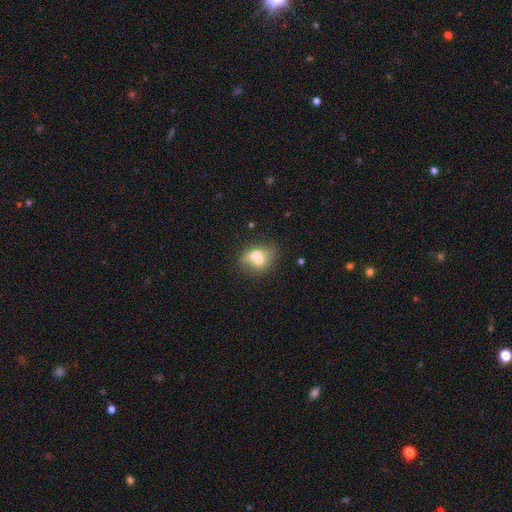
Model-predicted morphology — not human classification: Smooth or featured: smooth — 62% (featured or disk — 28%)
How rounded: in between — 51% (round — 46%)
Merging: merger — 56% (none — 29%)